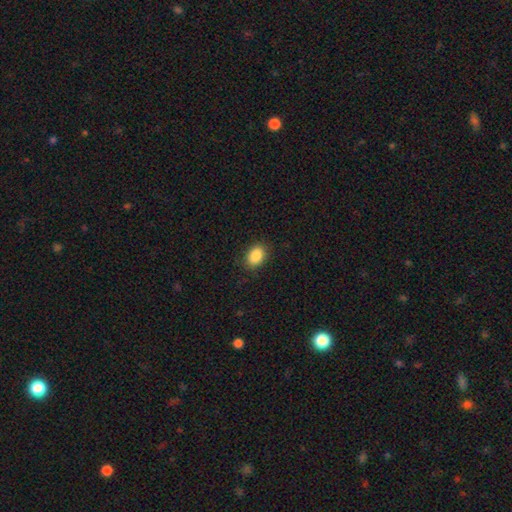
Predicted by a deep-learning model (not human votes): A smooth galaxy with no disk features (88%) that is in between round and cigar-shaped (74%).

Vote fractions:
- Smooth or featured? smooth: 88% / star or artifact: 8% / featured or disk: 4%
- How rounded? in between: 74% / round: 25% / cigar-shaped: 1%
- Merging? none: 87% / minor disturbance: 9% / major disturbance: 2% / merger: 1%